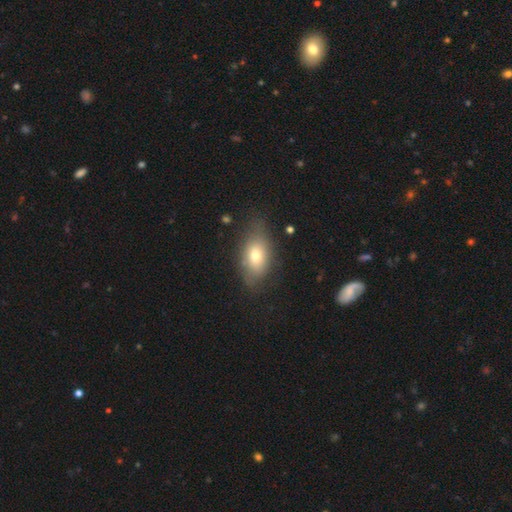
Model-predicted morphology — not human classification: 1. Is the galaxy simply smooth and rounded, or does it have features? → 70% smooth, 21% featured or disk, 9% star or artifact.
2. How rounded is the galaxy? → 86% in between, 10% round, 4% cigar-shaped.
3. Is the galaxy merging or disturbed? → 71% none, 21% minor disturbance, 6% major disturbance, 2% merger.